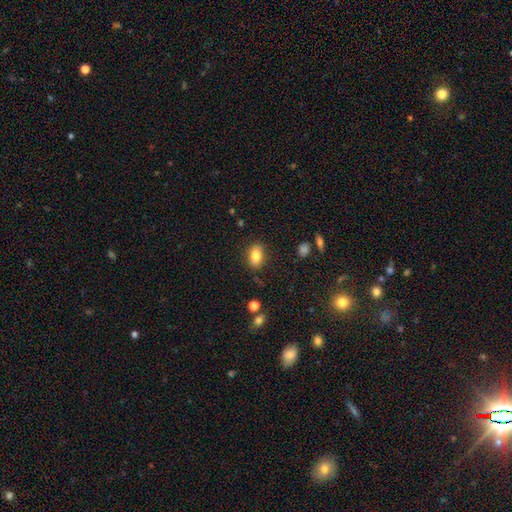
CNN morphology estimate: Q: Smooth or featured?
A: smooth (83%); runner-up: star or artifact (9%)
Q: How rounded?
A: in between (85%); runner-up: round (12%)
Q: Merging?
A: none (84%); runner-up: minor disturbance (12%)